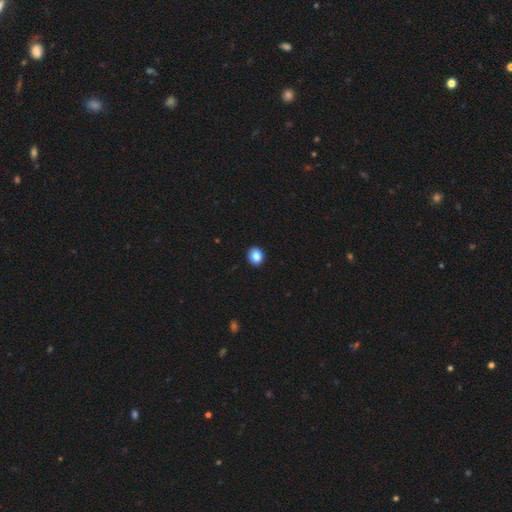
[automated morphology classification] smooth-or-featured: smooth: 87% | star or artifact: 9% | featured or disk: 4%
  how-rounded: round: 76% | in between: 23% | cigar-shaped: 1%
  merging: none: 93% | minor disturbance: 5% | major disturbance: 1% | merger: 1%